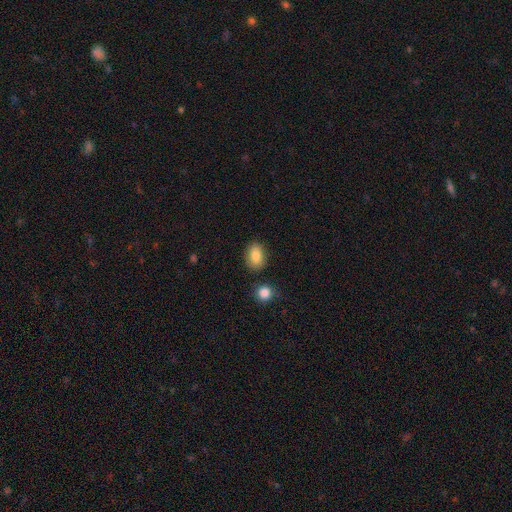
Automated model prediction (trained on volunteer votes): The model was most divided on "how rounded": in between: 77%, round: 21%, cigar-shaped: 1%. More confident: smooth or featured — smooth (84%); merging — none (81%).